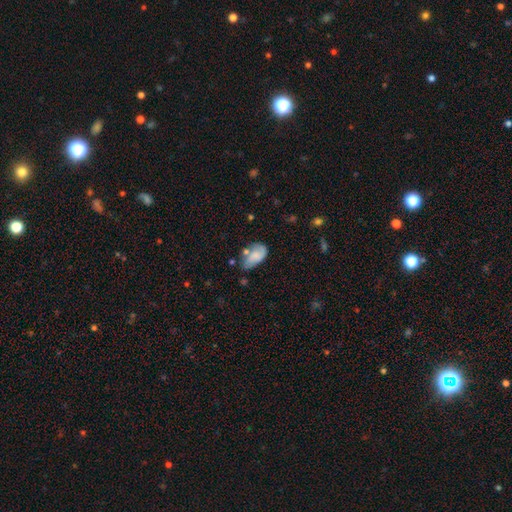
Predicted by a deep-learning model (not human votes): A smooth galaxy with no disk features (69%) that is in between round and cigar-shaped (90%).

Vote fractions:
- Smooth or featured? smooth: 69% / featured or disk: 23% / star or artifact: 8%
- How rounded? in between: 90% / round: 8% / cigar-shaped: 2%
- Merging? none: 38% / minor disturbance: 34% / major disturbance: 16% / merger: 12%